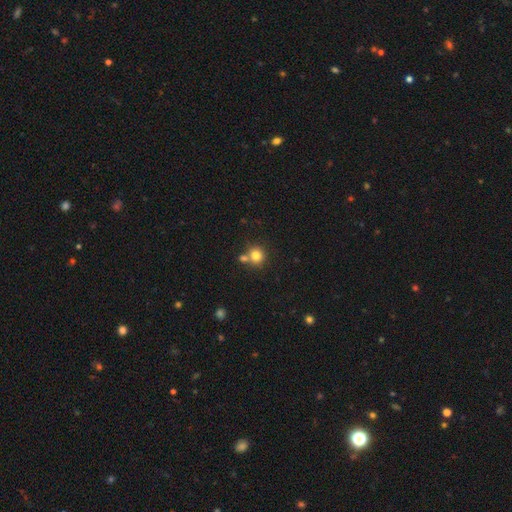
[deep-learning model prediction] This appears to be a smooth galaxy with no disk features (80%) that is round (88%). Merging: none (61%).